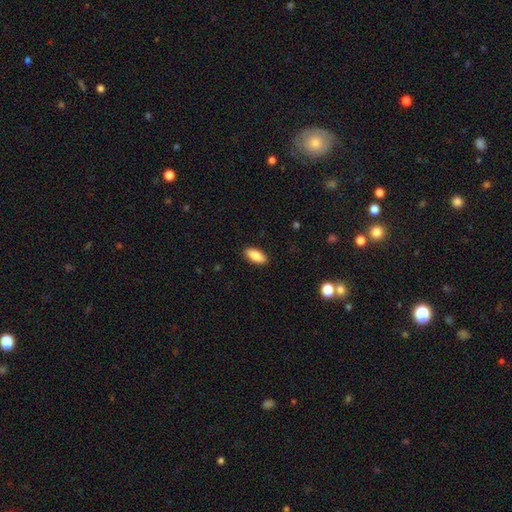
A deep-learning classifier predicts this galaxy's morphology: Overall: smooth (86%). How rounded: in between (85%). Merging: none (90%).